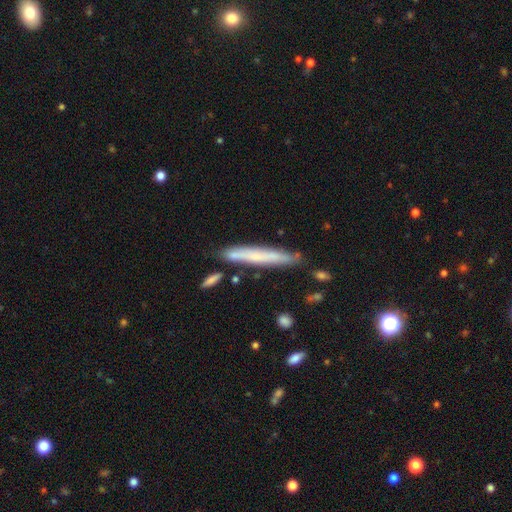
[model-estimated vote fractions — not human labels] A smooth galaxy with no disk features (57%) that is cigar-shaped (95%). Merging: none (77%).